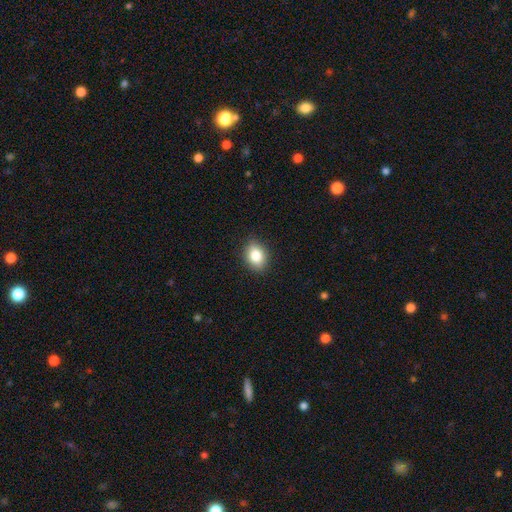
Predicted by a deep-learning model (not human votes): Morphology: type=smooth (83%); roundness=in between (70%); merging=none (88%).